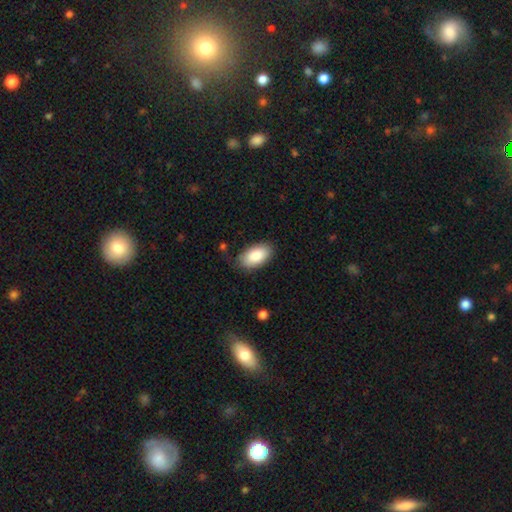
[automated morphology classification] smooth 88%, featured or disk 6%, star or artifact 6%. Down the decision tree: how rounded — in between (95%); merging — none (78%).